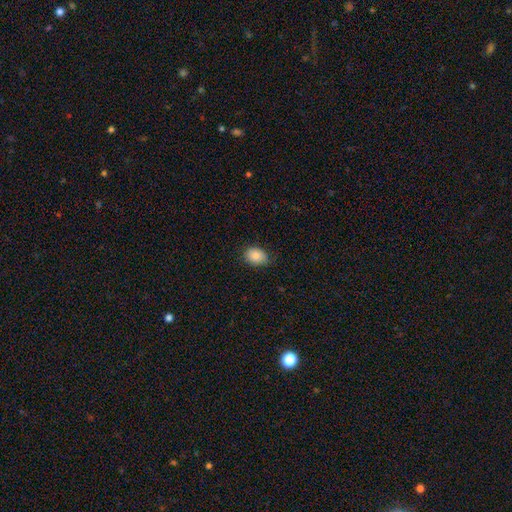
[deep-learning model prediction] Smooth or featured? smooth (85%)
How rounded? in between (63%)
Merging? none (76%)